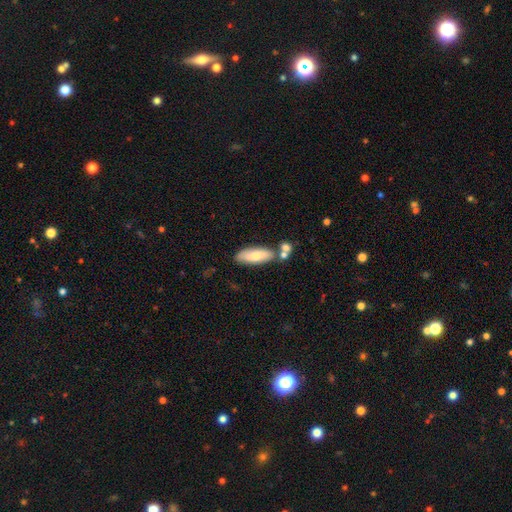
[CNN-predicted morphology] Q: Smooth or featured?
A: smooth (72%); runner-up: featured or disk (22%)
Q: How rounded?
A: in between (65%); runner-up: cigar-shaped (33%)
Q: Merging?
A: none (69%); runner-up: merger (14%)